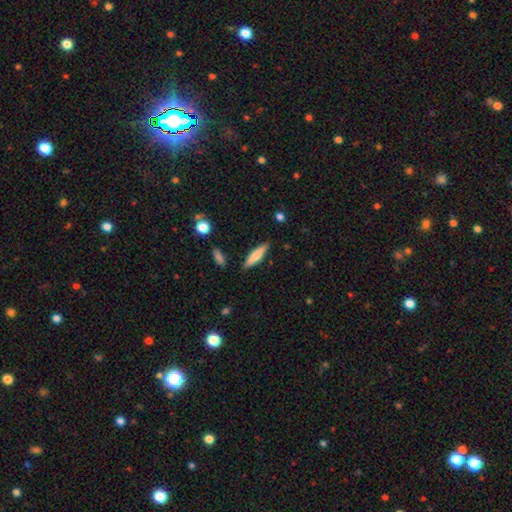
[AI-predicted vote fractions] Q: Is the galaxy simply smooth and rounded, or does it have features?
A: smooth — 69%.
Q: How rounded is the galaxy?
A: cigar-shaped — 80%.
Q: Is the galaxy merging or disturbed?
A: none — 87%.